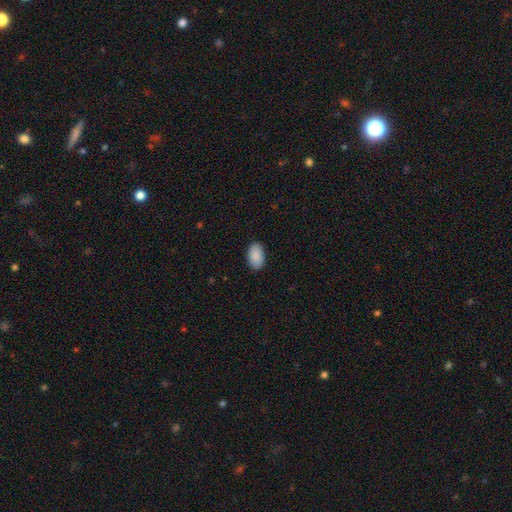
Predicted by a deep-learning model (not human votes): smooth_or_featured: smooth (p=0.91) [alt: star or artifact p=0.06]
how_rounded: in between (p=0.93) [alt: round p=0.06]
merging: none (p=0.86) [alt: minor disturbance p=0.11]